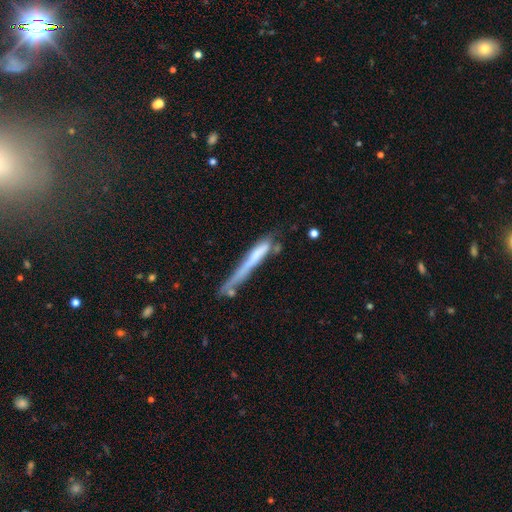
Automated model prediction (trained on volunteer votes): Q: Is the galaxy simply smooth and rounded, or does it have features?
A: smooth — 49%.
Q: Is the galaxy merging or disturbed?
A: none — 40%.